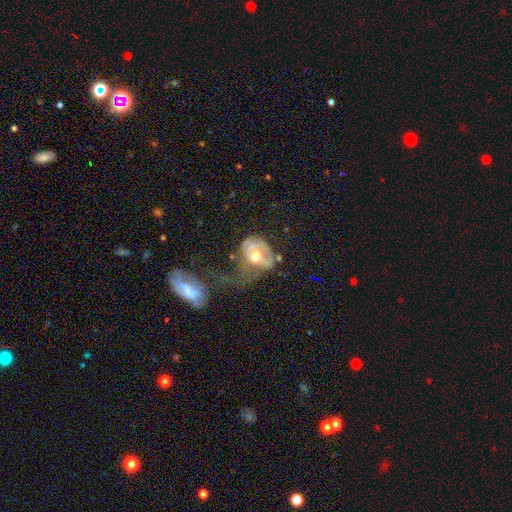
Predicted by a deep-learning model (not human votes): Overall: featured or disk (62%; smooth 30%). Edge-on disk: no (96%). Bar: no (71%). Spiral arms: no (51%; yes 49%). Bulge size: moderate (67%). Merging: major disturbance (54%; merger 15%).